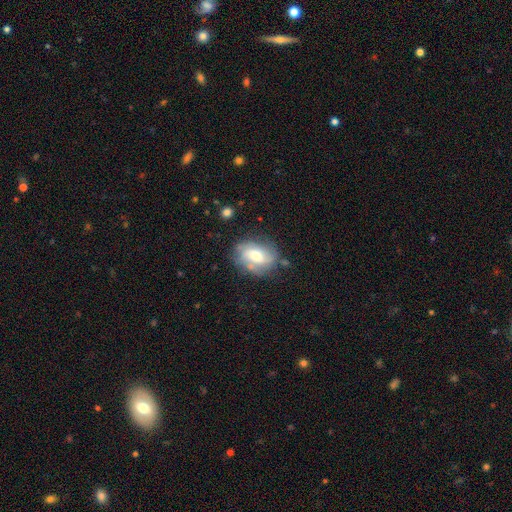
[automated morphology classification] featured or disk 56%, smooth 36%, star or artifact 8%. Down the decision tree: edge-on disk — no (95%); bar — no (47%); spiral arms — yes (80%); bulge size — moderate (58%); merging — none (63%).